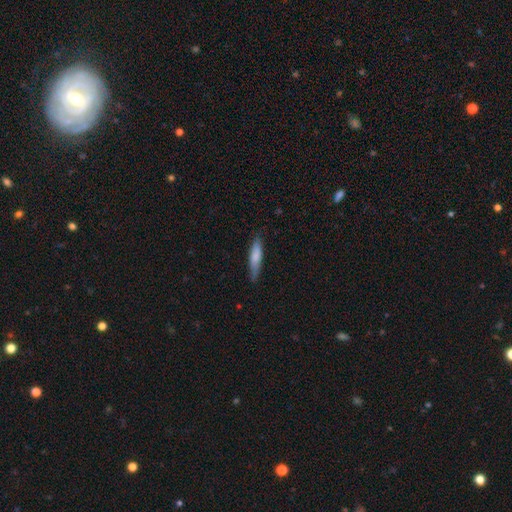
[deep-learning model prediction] A smooth galaxy with no disk features (76%) that is cigar-shaped (75%).

Vote fractions:
- Smooth or featured? smooth: 76% / featured or disk: 19% / star or artifact: 5%
- How rounded? cigar-shaped: 75% / in between: 23% / round: 1%
- Merging? none: 78% / minor disturbance: 18% / major disturbance: 3% / merger: 1%